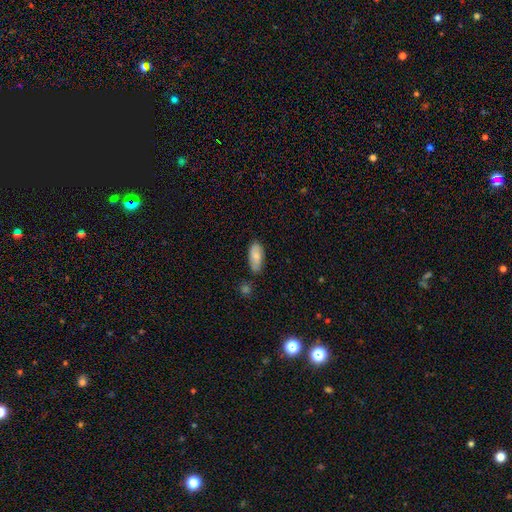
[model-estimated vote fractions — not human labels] Overall: smooth (79%). How rounded: in between (87%). Merging: none (74%).